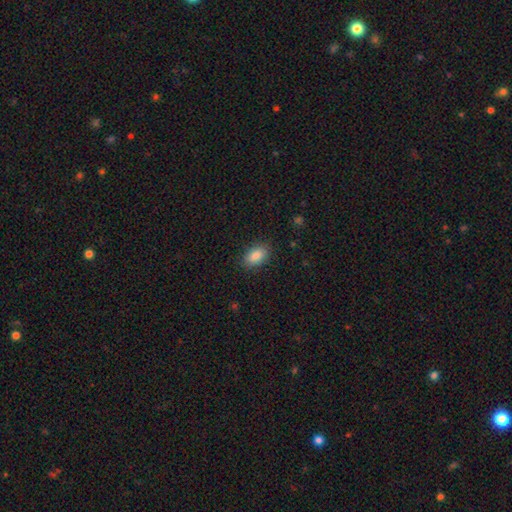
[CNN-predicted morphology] smooth 87%, star or artifact 8%, featured or disk 6%. Down the decision tree: how rounded — in between (91%); merging — none (87%).